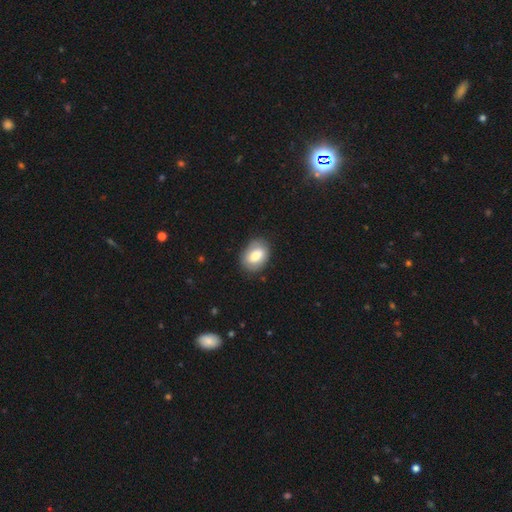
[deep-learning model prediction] Q: Smooth or featured?
A: smooth (70%); runner-up: featured or disk (24%)
Q: How rounded?
A: in between (77%); runner-up: round (22%)
Q: Merging?
A: none (79%); runner-up: minor disturbance (15%)